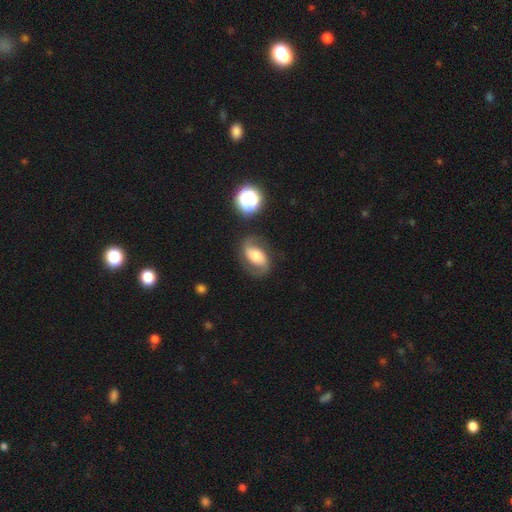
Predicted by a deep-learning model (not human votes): The model was most divided on "bar": no: 40%, weak: 36%, strong: 24%. Remaining: edge-on disk — no (96%); spiral arms — yes (90%); spiral arm count — 2 (90%); merging — none (73%); smooth or featured — featured or disk (64%); bulge size — moderate (51%); spiral winding — loose (48%).